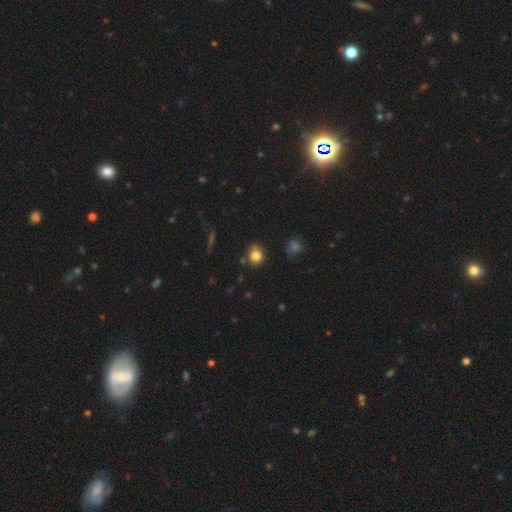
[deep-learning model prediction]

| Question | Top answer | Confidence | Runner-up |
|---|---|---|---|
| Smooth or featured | smooth | 82% | star or artifact (11%) |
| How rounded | round | 74% | in between (24%) |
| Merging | none | 71% | minor disturbance (20%) |